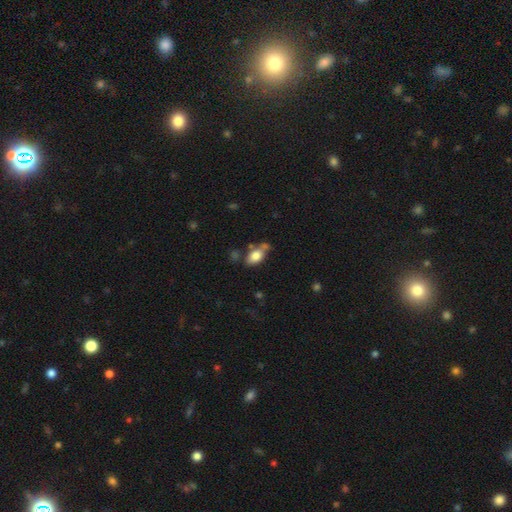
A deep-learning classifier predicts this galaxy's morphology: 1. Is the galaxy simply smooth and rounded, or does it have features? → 79% smooth, 14% featured or disk, 8% star or artifact.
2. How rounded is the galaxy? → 87% in between, 9% round, 4% cigar-shaped.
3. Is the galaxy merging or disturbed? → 54% none, 22% minor disturbance, 17% merger, 7% major disturbance.